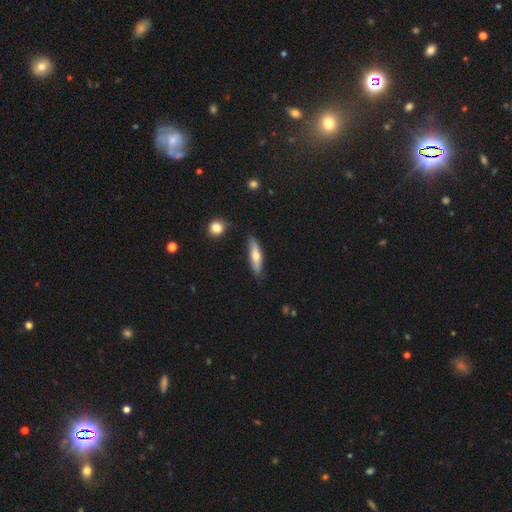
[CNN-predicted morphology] Smooth or featured? smooth (58%)
How rounded? cigar-shaped (71%)
Merging? none (81%)